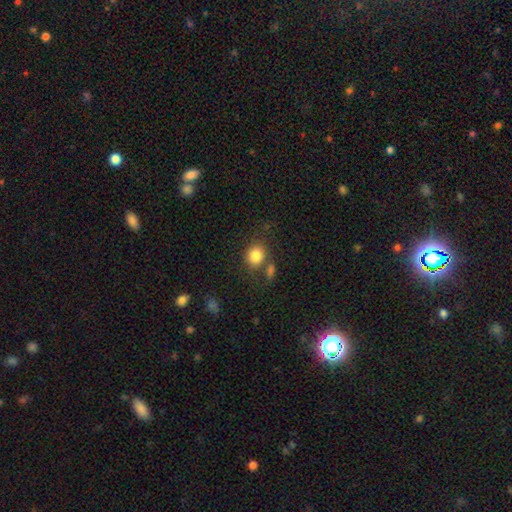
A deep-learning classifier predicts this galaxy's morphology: Overall: smooth (83%). How rounded: round (65%; in between 33%). Merging: none (62%).